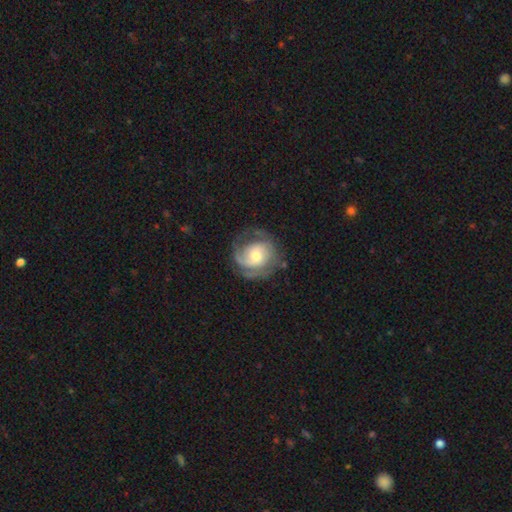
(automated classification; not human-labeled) A featured or disk galaxy (77%) with no bar (69%), 2 (42%) tight (50%) spiral arms (91%) and a moderate central bulge (55%).

Vote fractions:
- Smooth or featured? featured or disk: 77% / smooth: 17% / star or artifact: 6%
- Edge-on disk? no: 98% / yes: 2%
- Bar? no: 69% / weak: 26% / strong: 5%
- Spiral arms? yes: 91% / no: 9%
- Spiral winding? tight: 50% / medium: 36% / loose: 14%
- Spiral arm count? 2: 42% / can't tell: 24% / 1: 14% / 3: 13% / 4: 4% / more than 4: 3%
- Bulge size? moderate: 55% / small: 30% / large: 11% / none: 2% / dominant: 1%
- Merging? none: 64% / minor disturbance: 20% / major disturbance: 14% / merger: 2%